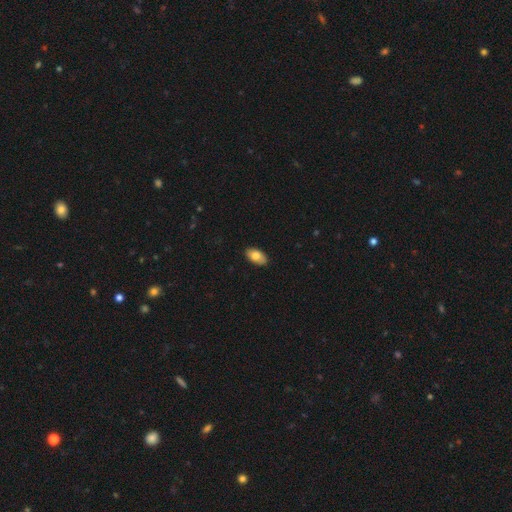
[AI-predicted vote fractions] This appears to be a smooth galaxy with no disk features (78%) that is in between round and cigar-shaped (94%). Merging: none (88%).